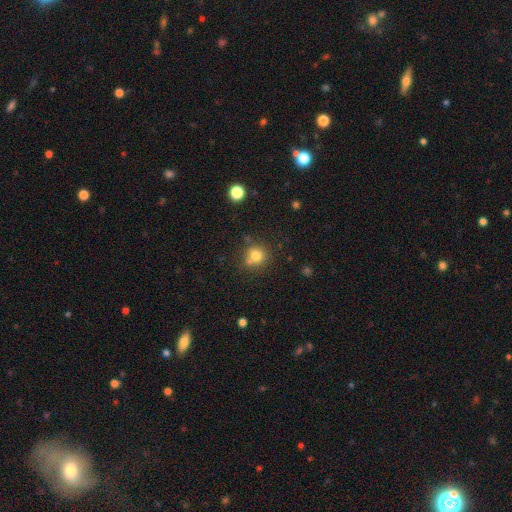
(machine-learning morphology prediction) This is likely a smooth galaxy (77%). How rounded: clearly round (89%). Merging: likely none (67%).